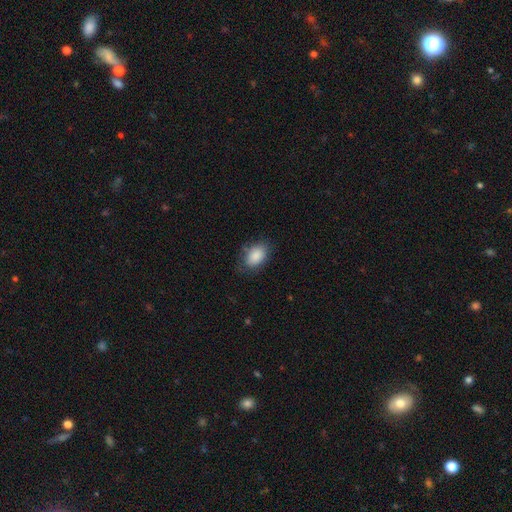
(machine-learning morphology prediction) Overall: smooth (87%). How rounded: in between (88%). Merging: none (73%).